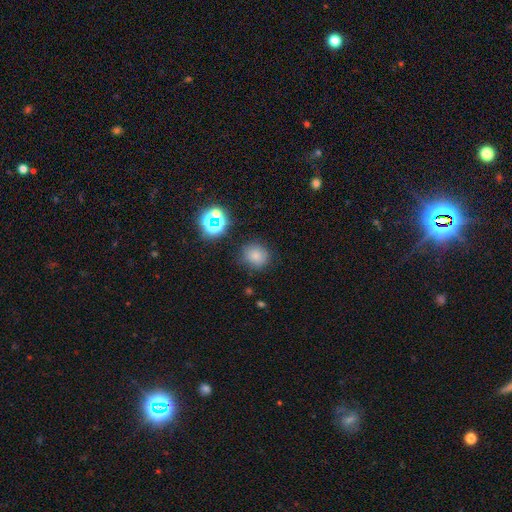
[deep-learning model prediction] Smooth or featured? Predicted: smooth (p=0.74). How rounded? Predicted: round (p=0.83). Merging? Predicted: none (p=0.81).